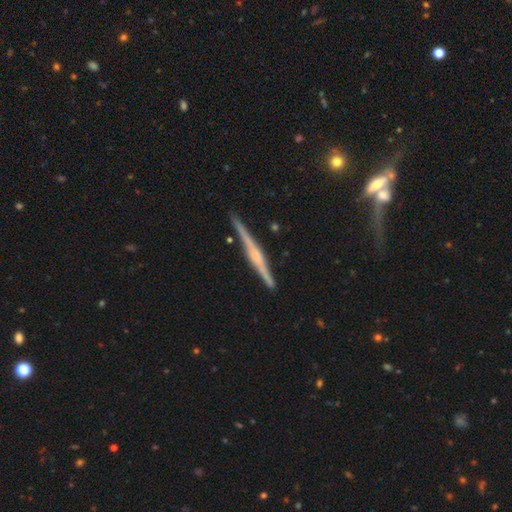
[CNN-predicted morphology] featured or disk 82%, smooth 13%, star or artifact 5%. Down the decision tree: edge-on disk — yes (98%); edge-on bulge — rounded (55%); merging — none (89%).